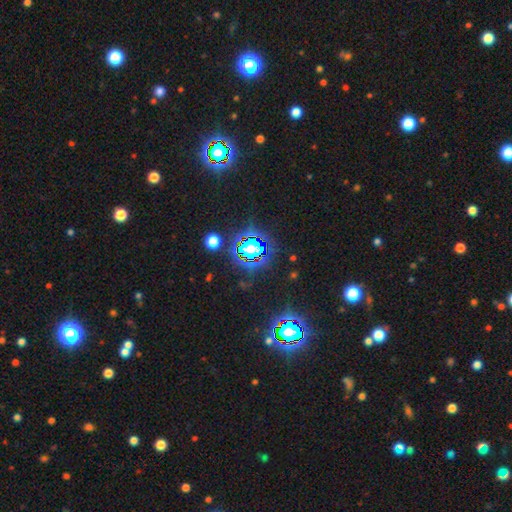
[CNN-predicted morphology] This is clearly a star or artifact rather than a galaxy (80%).